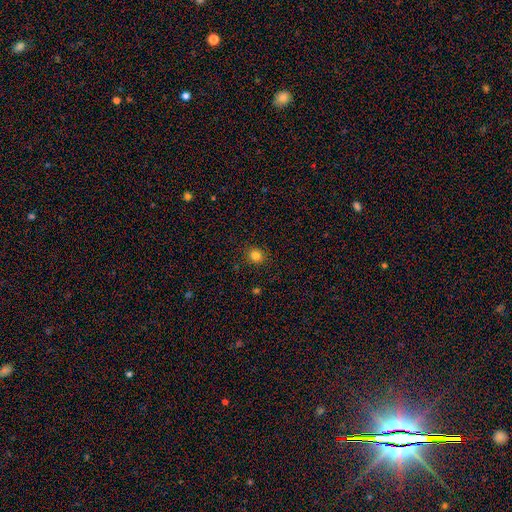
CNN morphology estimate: This is clearly a smooth galaxy (82%). How rounded: clearly round (89%). Merging: clearly none (90%).